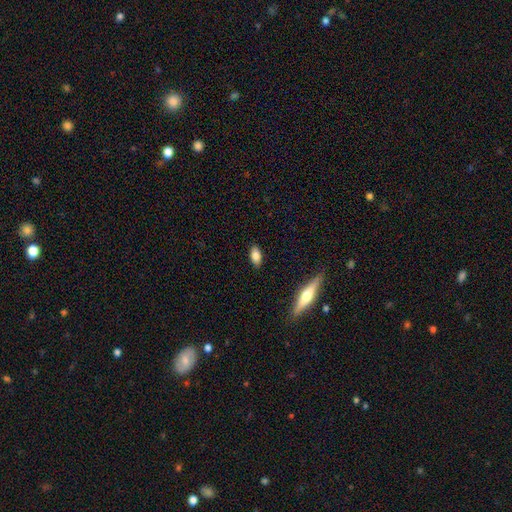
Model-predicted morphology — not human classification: type=smooth (81%); roundness=in between (87%); merging=none (88%).